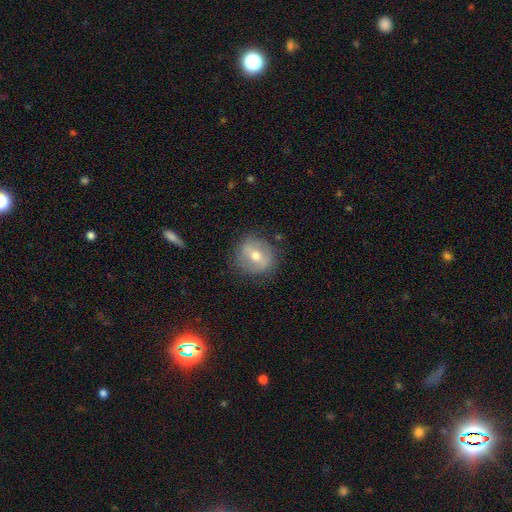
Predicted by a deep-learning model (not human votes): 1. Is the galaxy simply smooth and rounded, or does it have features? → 51% featured or disk, 41% smooth, 8% star or artifact.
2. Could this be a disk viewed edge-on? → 91% no, 9% yes.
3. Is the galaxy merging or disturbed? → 82% none, 13% minor disturbance, 4% major disturbance, 1% merger.